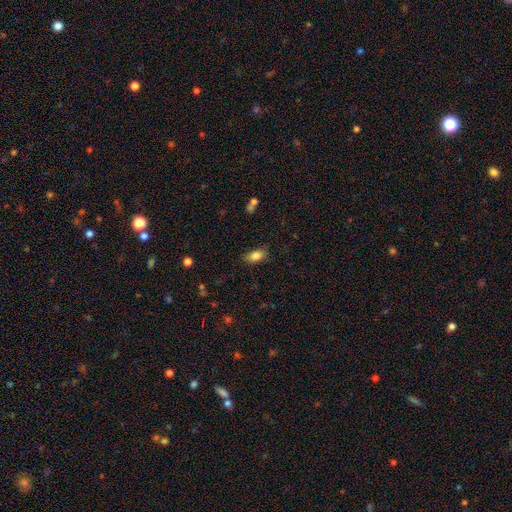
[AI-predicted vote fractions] Smooth or featured? Predicted: smooth (p=0.84). How rounded? Predicted: in between (p=0.89). Merging? Predicted: none (p=0.83).